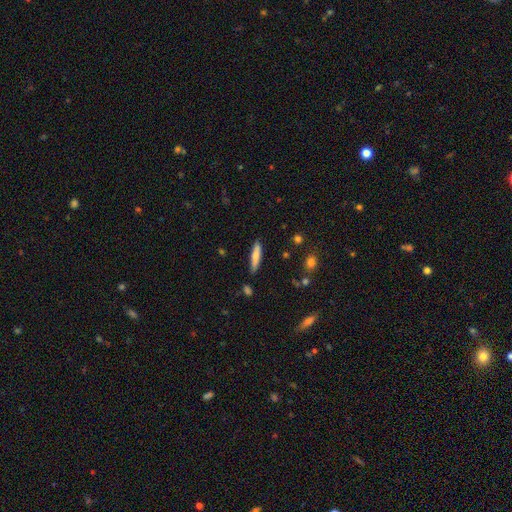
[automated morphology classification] Smooth or featured: smooth — 73% (featured or disk — 21%)
How rounded: cigar-shaped — 85% (in between — 13%)
Merging: none — 84% (minor disturbance — 11%)